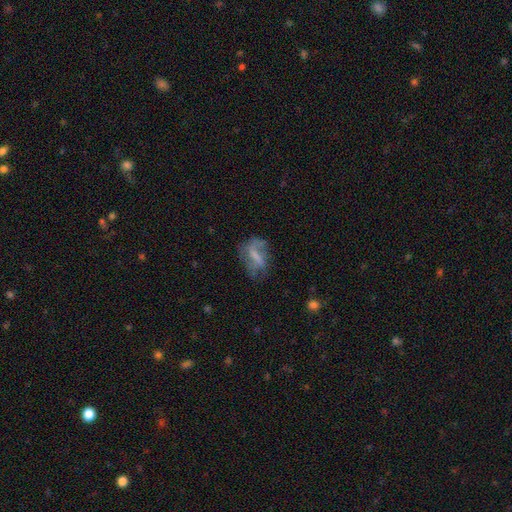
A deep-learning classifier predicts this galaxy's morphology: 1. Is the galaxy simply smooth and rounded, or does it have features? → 50% featured or disk, 39% smooth, 11% star or artifact.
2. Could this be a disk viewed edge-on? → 93% no, 7% yes.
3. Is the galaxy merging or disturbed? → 43% none, 27% major disturbance, 26% minor disturbance, 4% merger.